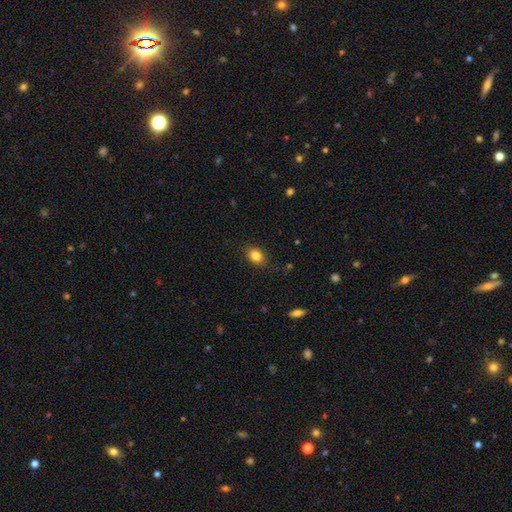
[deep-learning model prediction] This appears to be a smooth galaxy with no disk features (84%) that is in between round and cigar-shaped (62%). Merging: none (83%).